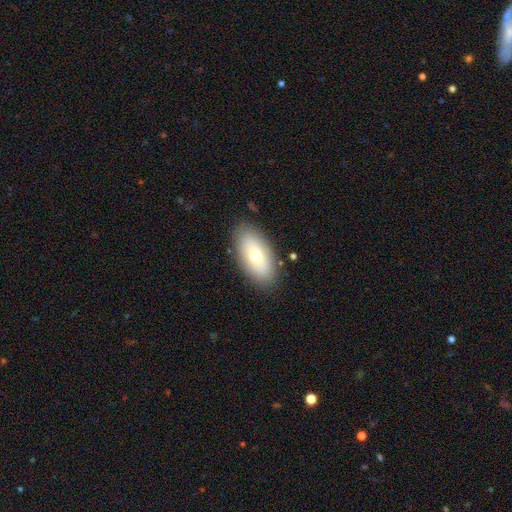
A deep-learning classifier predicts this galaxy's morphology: Smooth or featured? Predicted: smooth (p=0.69). How rounded? Predicted: in between (p=0.92). Merging? Predicted: none (p=0.86).